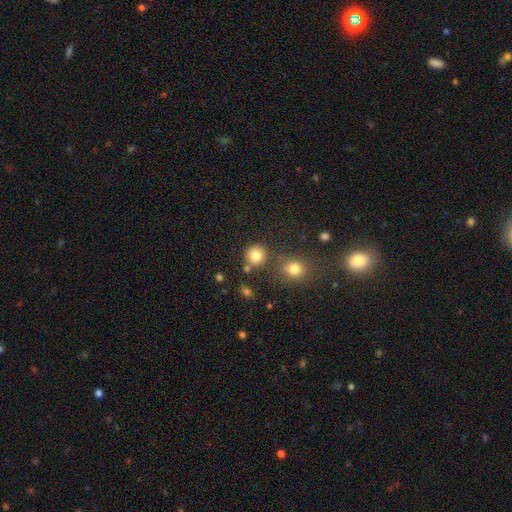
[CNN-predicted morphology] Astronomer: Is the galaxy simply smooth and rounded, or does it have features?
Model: smooth — 81%.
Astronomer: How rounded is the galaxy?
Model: round — 91%.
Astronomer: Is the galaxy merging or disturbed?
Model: none — 78%.